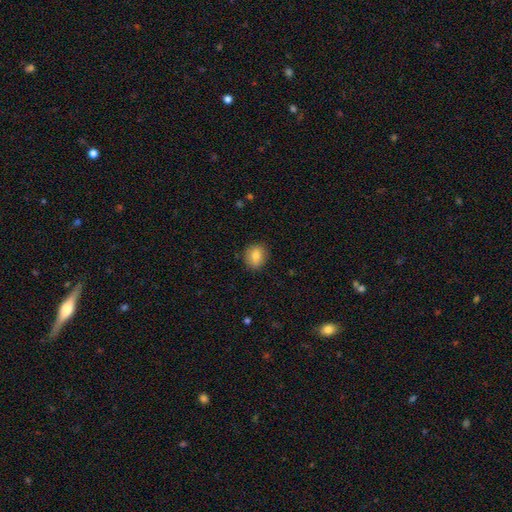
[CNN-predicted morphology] smooth_or_featured: smooth (p=0.80) [alt: featured or disk p=0.11]
how_rounded: round (p=0.67) [alt: in between p=0.32]
merging: none (p=0.87) [alt: minor disturbance p=0.09]